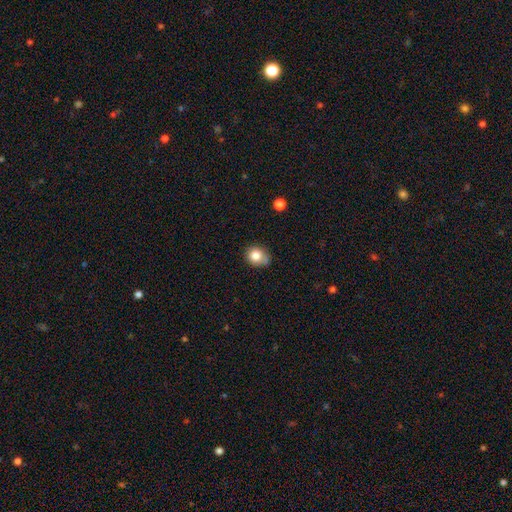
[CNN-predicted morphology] smooth_or_featured: smooth (p=0.82) [alt: star or artifact p=0.10]
how_rounded: round (p=0.61) [alt: in between p=0.38]
merging: none (p=0.63) [alt: minor disturbance p=0.28]